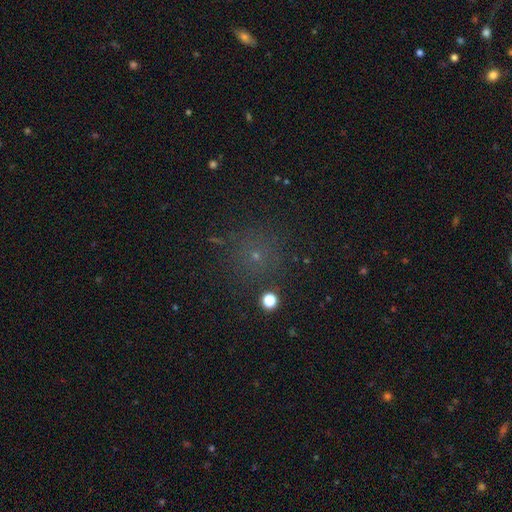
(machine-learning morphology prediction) Smooth or featured? smooth (52%)
How rounded? round (94%)
Merging? none (84%)